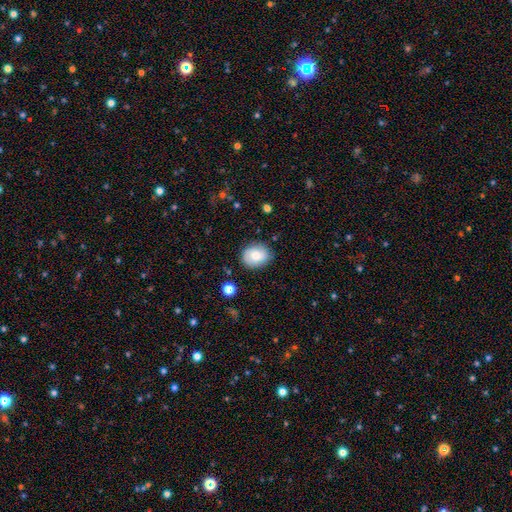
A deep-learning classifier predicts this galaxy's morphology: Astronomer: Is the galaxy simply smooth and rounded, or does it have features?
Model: smooth — 67%.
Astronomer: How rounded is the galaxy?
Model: round — 61% (runner-up: in between, 38%).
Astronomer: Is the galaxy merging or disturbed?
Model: none — 82%.